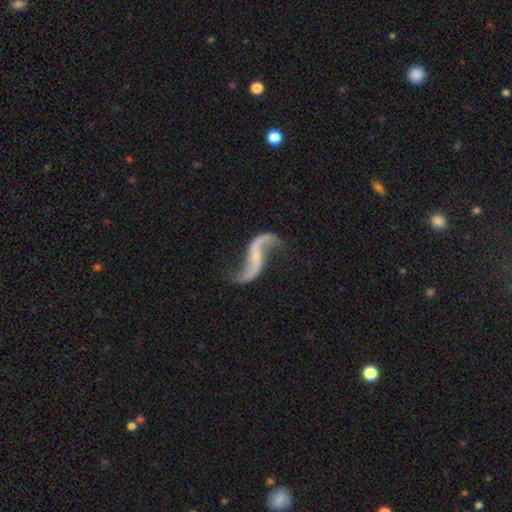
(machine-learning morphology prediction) A featured or disk galaxy (91%) with no bar (43%), 2 (94%) loose (94%) spiral arms (96%) and a small central bulge (64%).

Vote fractions:
- Smooth or featured? featured or disk: 91% / star or artifact: 5% / smooth: 4%
- Edge-on disk? no: 95% / yes: 5%
- Bar? no: 43% / weak: 34% / strong: 23%
- Spiral arms? yes: 96% / no: 4%
- Spiral winding? loose: 94% / medium: 4% / tight: 2%
- Spiral arm count? 2: 94% / 1: 2% / can't tell: 1% / 3: 1% / 4: 1% / more than 4: 1%
- Bulge size? small: 64% / none: 26% / moderate: 8% / large: 1% / dominant: 1%
- Merging? none: 70% / minor disturbance: 16% / major disturbance: 10% / merger: 4%